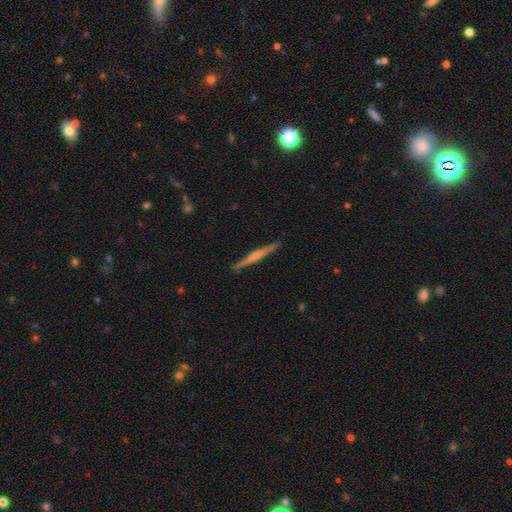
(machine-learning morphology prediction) Smooth or featured: featured or disk — 60% (smooth — 35%)
Edge-on disk: yes — 98% (no — 2%)
Edge-on bulge: rounded — 48% (none — 35%)
Merging: none — 91% (minor disturbance — 7%)